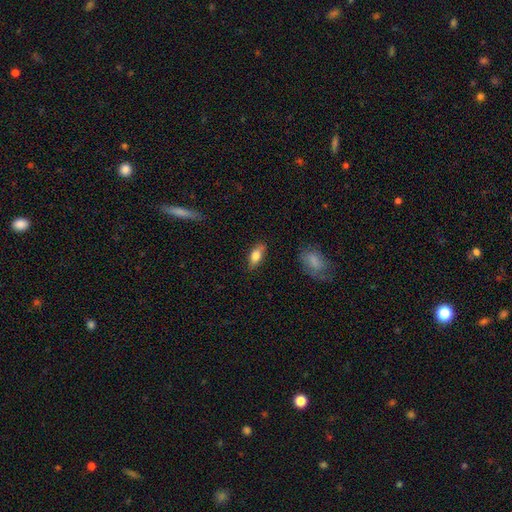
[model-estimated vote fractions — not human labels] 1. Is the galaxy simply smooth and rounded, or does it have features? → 74% smooth, 19% featured or disk, 7% star or artifact.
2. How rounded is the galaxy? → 80% in between, 16% cigar-shaped, 4% round.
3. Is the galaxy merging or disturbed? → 81% none, 14% minor disturbance, 3% major disturbance, 2% merger.